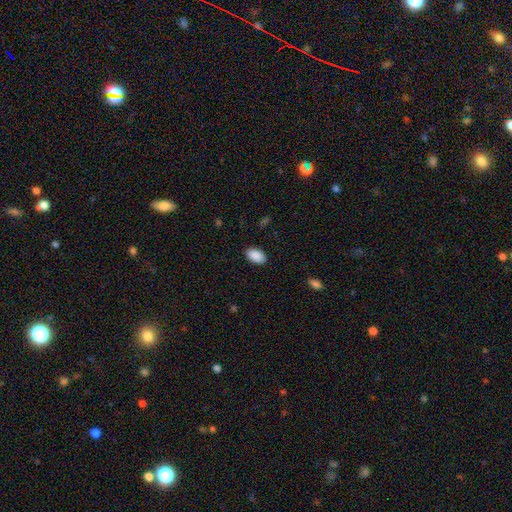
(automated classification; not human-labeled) The model was most divided on "merging": none: 88%, minor disturbance: 8%, major disturbance: 2%, merger: 1%. More confident: how rounded — in between (94%); smooth or featured — smooth (90%).